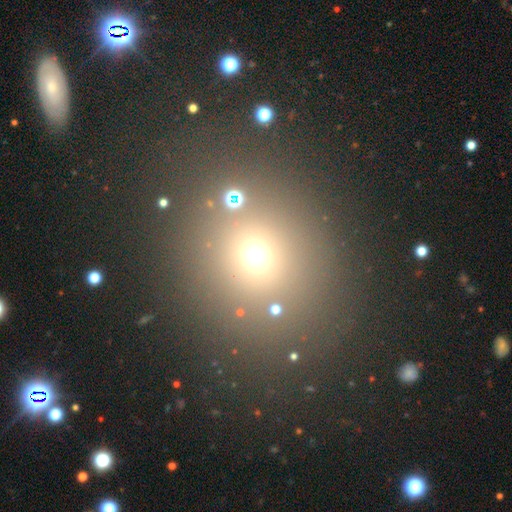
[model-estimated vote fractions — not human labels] Morphology: type=smooth (62%); roundness=round (76%); merging=none (79%).